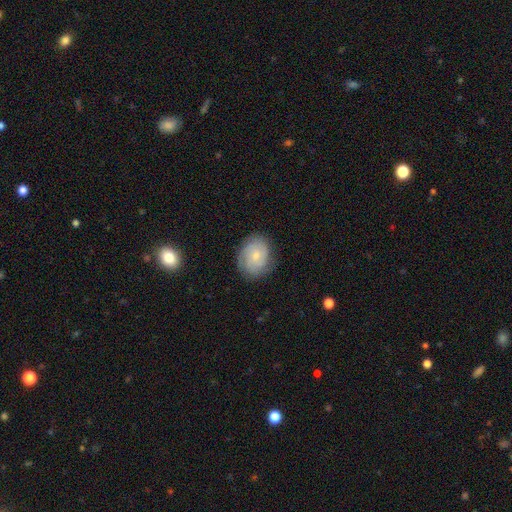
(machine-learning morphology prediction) This is possibly a featured or disk galaxy (58%). It is clearly not viewed edge-on (97%). Bar: likely no (78%). Spiral arm pattern: clearly yes (90%). Spiral arm count: marginally can't tell (34%). Spiral winding: likely tight (63%). Central bulge: likely small (68%). Merging: likely none (80%).